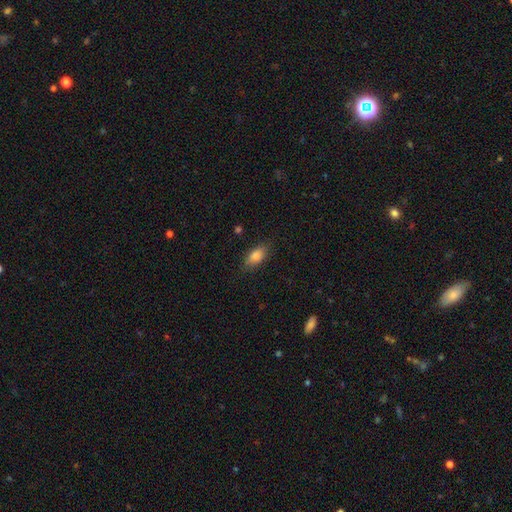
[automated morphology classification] smooth-or-featured: smooth: 83% | featured or disk: 8% | star or artifact: 8%
  how-rounded: in between: 86% | cigar-shaped: 8% | round: 6%
  merging: none: 82% | minor disturbance: 14% | major disturbance: 3% | merger: 1%